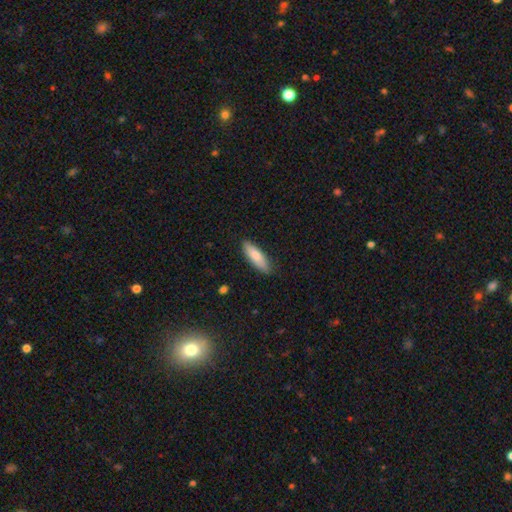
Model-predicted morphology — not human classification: Smooth or featured?
  - smooth: 82% *
  - featured or disk: 13%
  - star or artifact: 5%
How rounded?
  - cigar-shaped: 49% * (tied)
  - in between: 49% * (tied)
  - round: 2%
Merging?
  - none: 87% *
  - minor disturbance: 11%
  - major disturbance: 2%
  - merger: 1%